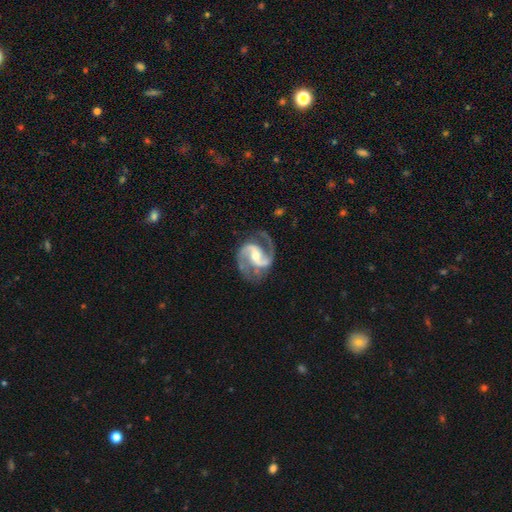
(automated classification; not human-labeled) Overall: featured or disk (92%). Edge-on disk: no (98%). Bar: weak (42%; strong 32%). Spiral arms: yes (98%). Spiral arm count: 2 (93%). Spiral winding: medium (63%). Bulge size: moderate (61%; small 30%). Merging: none (76%).